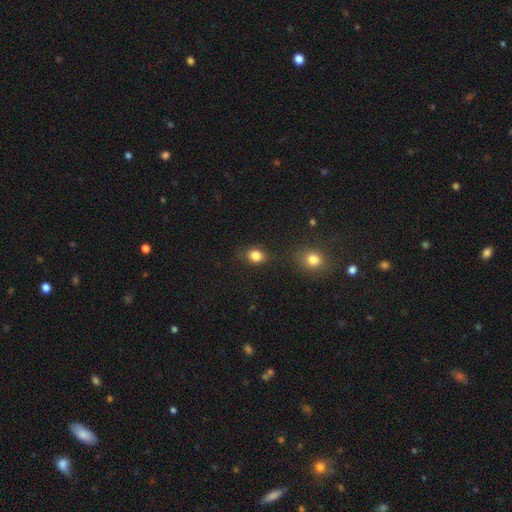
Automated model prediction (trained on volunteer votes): Smooth or featured? Predicted: smooth (p=0.82). How rounded? Predicted: in between (p=0.51). Merging? Predicted: none (p=0.77).